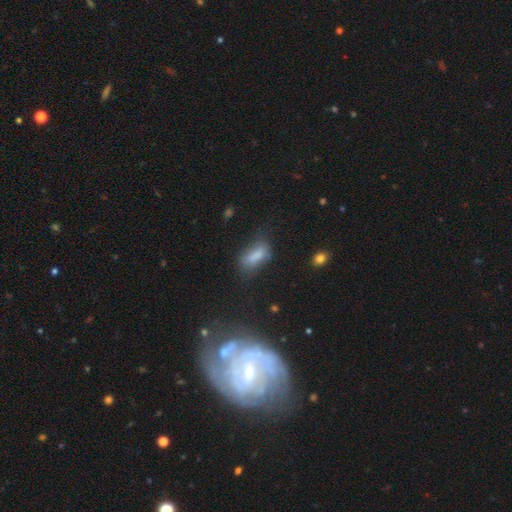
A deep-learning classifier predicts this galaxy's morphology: Smooth or featured? Predicted: smooth (p=0.75). How rounded? Predicted: in between (p=0.76). Merging? Predicted: none (p=0.47).